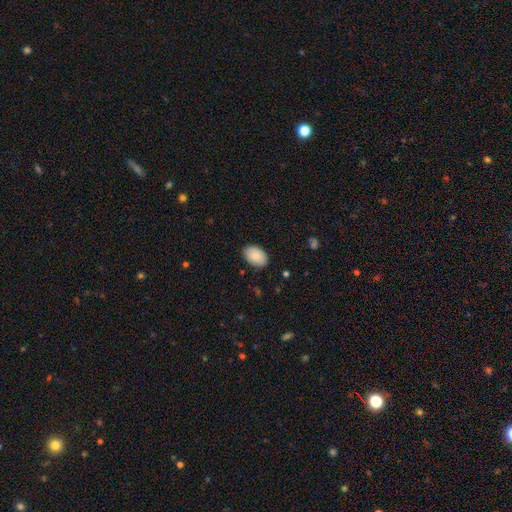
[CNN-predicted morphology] This appears to be a smooth galaxy with no disk features (88%) that is in between round and cigar-shaped (90%). Merging: none (87%).